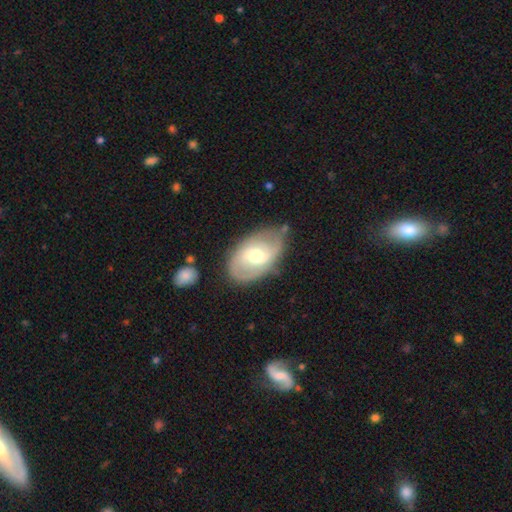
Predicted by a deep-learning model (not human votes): Overall: featured or disk (63%; smooth 31%). Edge-on disk: no (94%). Bar: weak (49%; no 36%). Spiral arms: yes (71%). Bulge size: moderate (68%). Merging: none (69%).